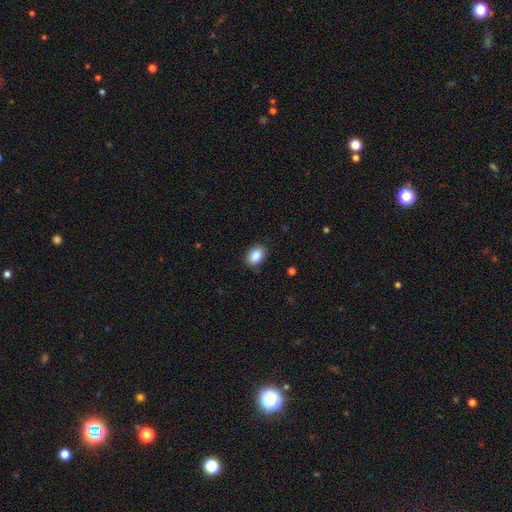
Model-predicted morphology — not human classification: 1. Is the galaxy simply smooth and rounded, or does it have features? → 87% smooth, 8% star or artifact, 6% featured or disk.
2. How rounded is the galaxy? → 76% in between, 23% round, 1% cigar-shaped.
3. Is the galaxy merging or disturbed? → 84% none, 12% minor disturbance, 3% major disturbance, 1% merger.